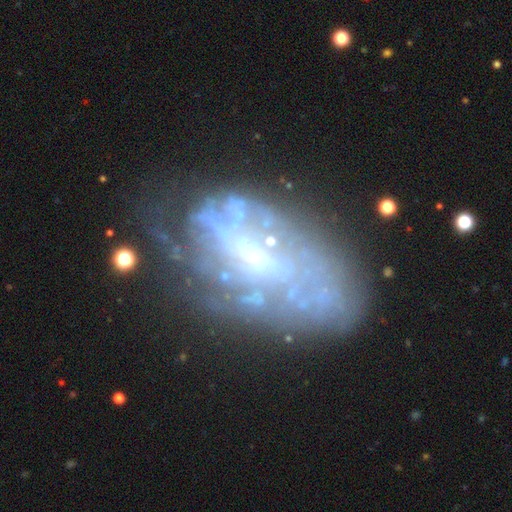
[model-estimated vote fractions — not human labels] Q: Smooth or featured?
A: featured or disk (72%); runner-up: smooth (16%)
Q: Edge-on disk?
A: no (94%); runner-up: yes (6%)
Q: Bar?
A: no (53%); runner-up: weak (30%)
Q: Spiral arms?
A: no (60%); runner-up: yes (40%)
Q: Bulge size?
A: none (41%); runner-up: small (33%)
Q: Merging?
A: none (47%); runner-up: major disturbance (24%)